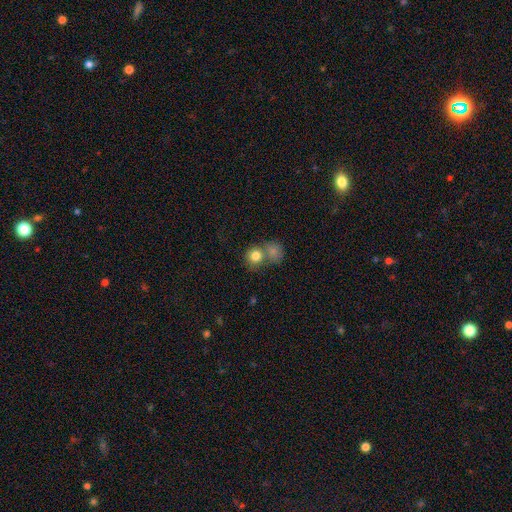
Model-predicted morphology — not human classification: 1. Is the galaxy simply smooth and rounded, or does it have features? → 82% smooth, 9% star or artifact, 9% featured or disk.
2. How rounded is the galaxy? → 83% round, 16% in between, 1% cigar-shaped.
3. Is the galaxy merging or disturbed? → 44% none, 43% merger, 9% minor disturbance, 4% major disturbance.